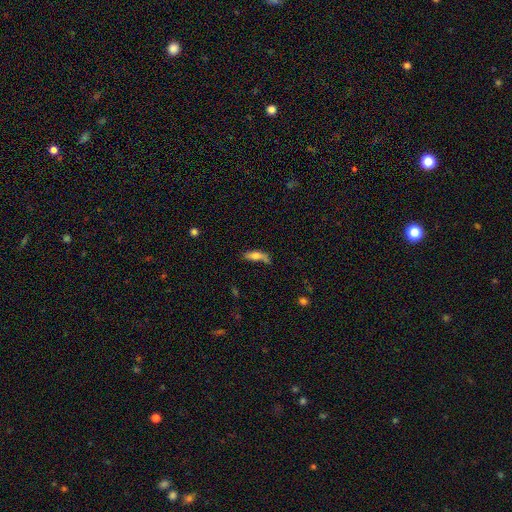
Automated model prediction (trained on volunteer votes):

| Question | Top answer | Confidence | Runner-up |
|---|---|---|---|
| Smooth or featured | smooth | 68% | featured or disk (24%) |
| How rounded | in between | 51% | cigar-shaped (46%) |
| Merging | none | 47% | minor disturbance (30%) |